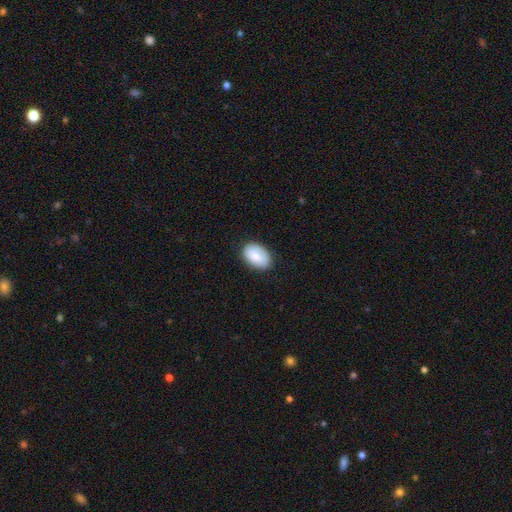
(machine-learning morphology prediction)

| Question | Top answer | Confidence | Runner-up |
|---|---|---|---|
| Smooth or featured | smooth | 84% | featured or disk (10%) |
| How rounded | in between | 89% | round (9%) |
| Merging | none | 83% | minor disturbance (14%) |